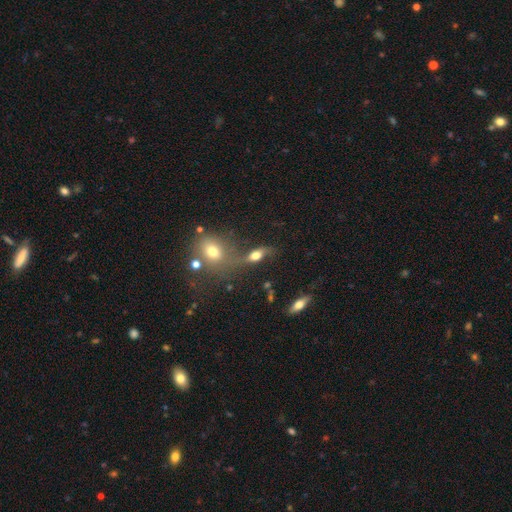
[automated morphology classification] A smooth galaxy with no disk features (56%) that is in between round and cigar-shaped (73%). Merging: none (41%).